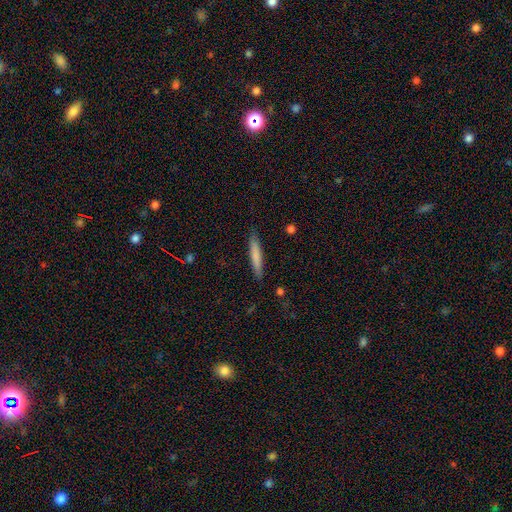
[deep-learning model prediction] Overall: smooth (76%). How rounded: cigar-shaped (93%). Merging: none (88%).